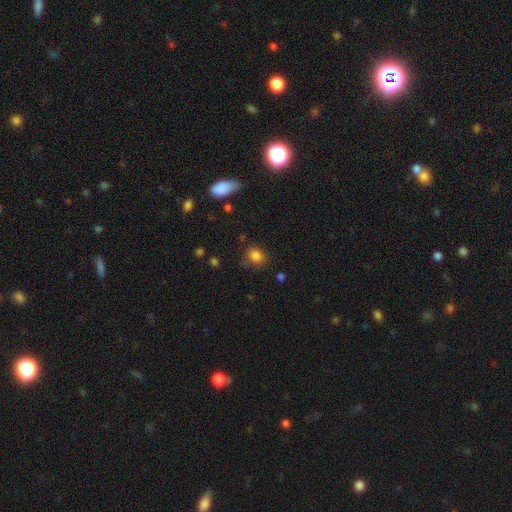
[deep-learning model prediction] smooth-or-featured: smooth: 83% | star or artifact: 12% | featured or disk: 6%
  how-rounded: round: 69% | in between: 29% | cigar-shaped: 1%
  merging: none: 72% | minor disturbance: 19% | major disturbance: 6% | merger: 2%